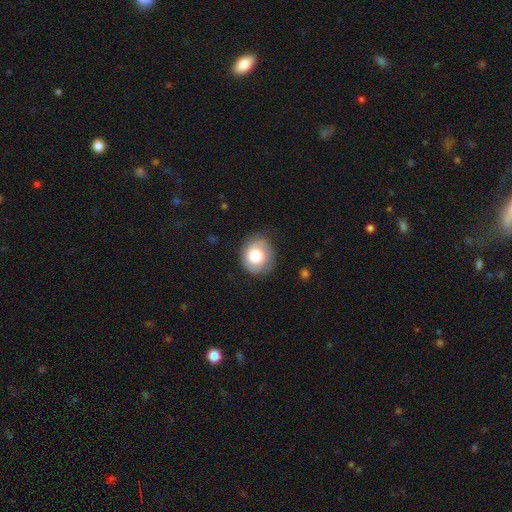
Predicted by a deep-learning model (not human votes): Smooth or featured?
  - smooth: 76% *
  - featured or disk: 16%
  - star or artifact: 8%
How rounded?
  - round: 72% *
  - in between: 28%
  - cigar-shaped: 1%
Merging?
  - none: 78% *
  - minor disturbance: 16%
  - major disturbance: 4%
  - merger: 1%